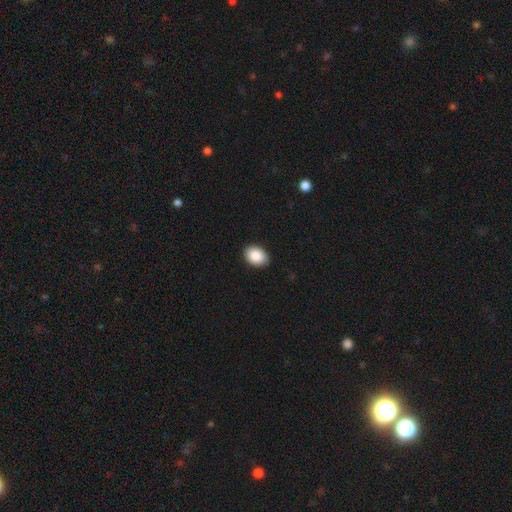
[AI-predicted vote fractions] Smooth or featured? Predicted: smooth (p=0.89). How rounded? Predicted: in between (p=0.77). Merging? Predicted: none (p=0.88).